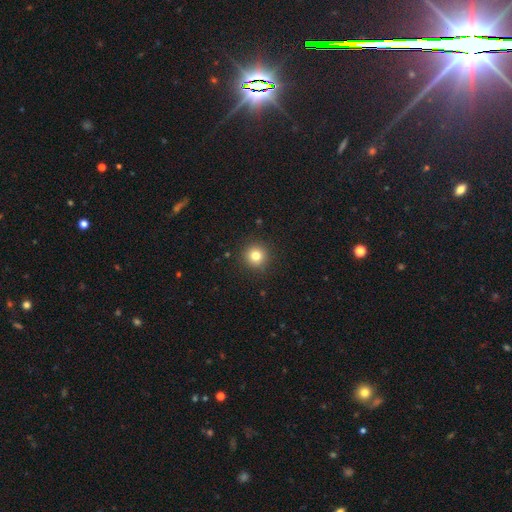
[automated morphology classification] smooth 80%, star or artifact 12%, featured or disk 7%. Down the decision tree: how rounded — round (95%); merging — none (91%).